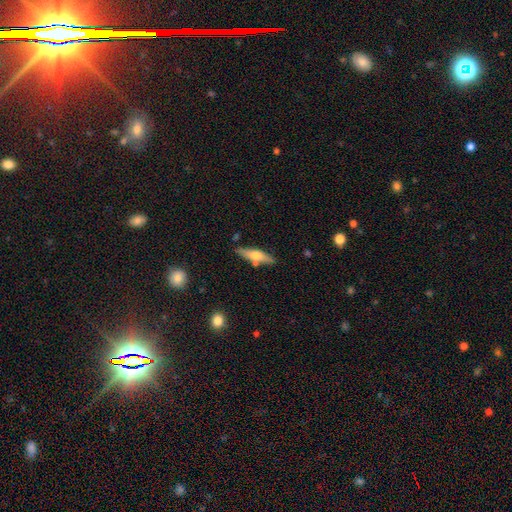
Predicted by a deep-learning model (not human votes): Morphology: type=smooth (52%); roundness=cigar-shaped (72%); merging=none (77%).